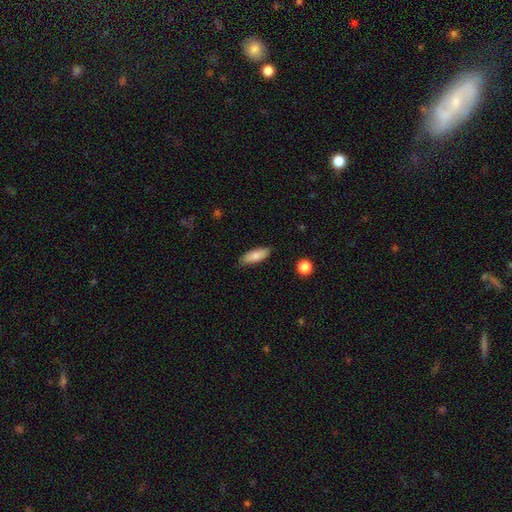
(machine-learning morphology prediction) A smooth galaxy with no disk features (79%) that is in between round and cigar-shaped (69%). Merging: none (84%).